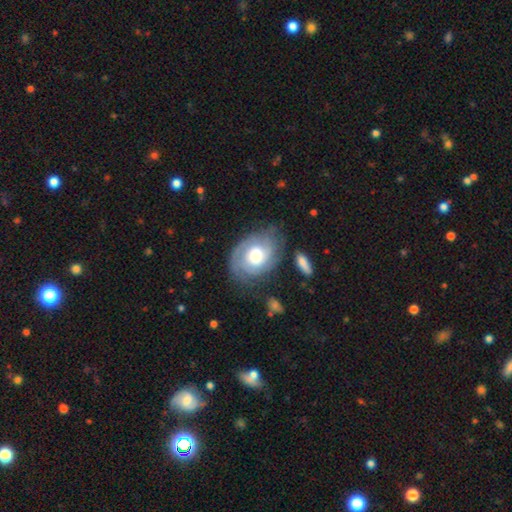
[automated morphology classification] The model was most divided on "spiral arm count": can't tell: 35%, 2: 34%, 3: 15%, 1: 6%, 4: 6%, more than 4: 5%. Remaining: edge-on disk — no (97%); spiral arms — yes (90%); bar — no (75%); smooth or featured — featured or disk (74%); merging — none (66%); spiral winding — tight (59%); bulge size — large (48%).